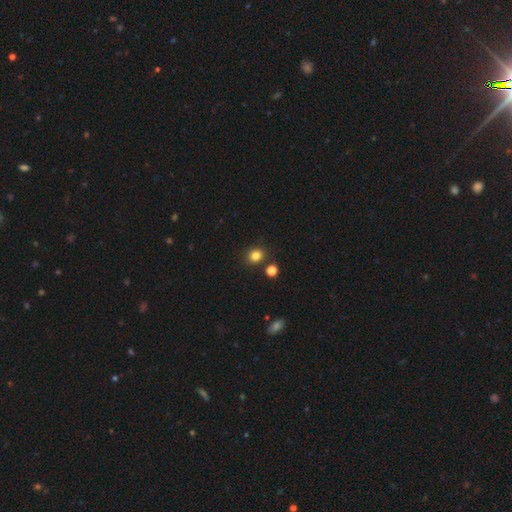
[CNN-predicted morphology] smooth-or-featured: smooth: 82% | star or artifact: 13% | featured or disk: 5%
  how-rounded: round: 76% | in between: 23% | cigar-shaped: 1%
  merging: none: 83% | minor disturbance: 8% | merger: 6% | major disturbance: 3%